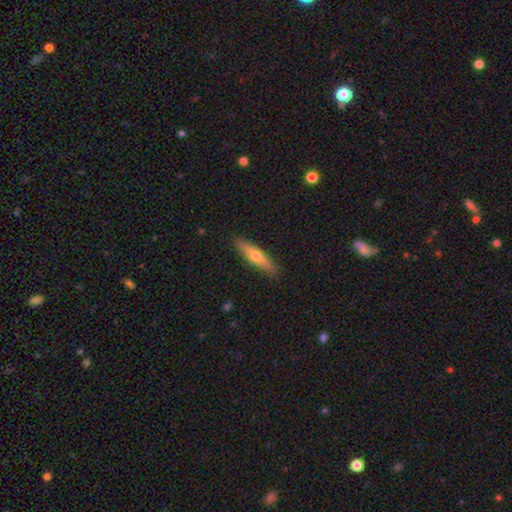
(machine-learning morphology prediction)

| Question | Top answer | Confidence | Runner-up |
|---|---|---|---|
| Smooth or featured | smooth | 54% | featured or disk (40%) |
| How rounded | cigar-shaped | 75% | in between (23%) |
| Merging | none | 89% | minor disturbance (8%) |